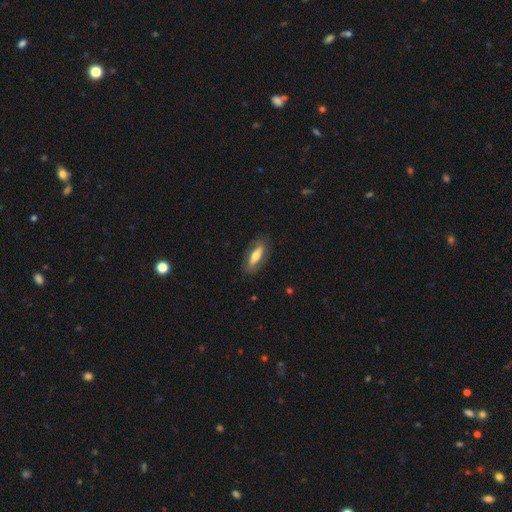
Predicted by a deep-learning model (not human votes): The model was most divided on "smooth or featured": smooth: 56%, featured or disk: 38%, star or artifact: 6%. More confident: merging — none (82%); how rounded — in between (58%).